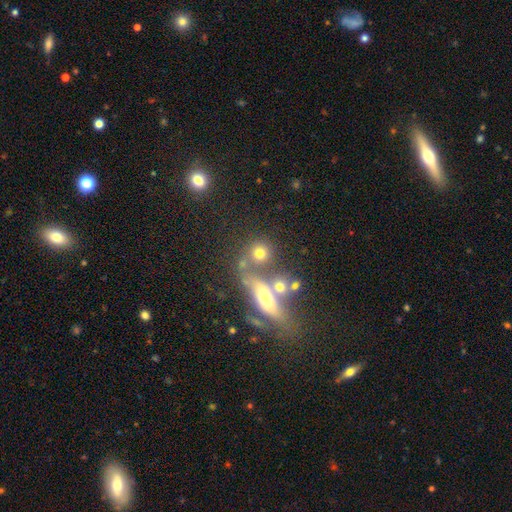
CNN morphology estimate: Smooth or featured? smooth (68%)
How rounded? round (73%)
Merging? none (54%)